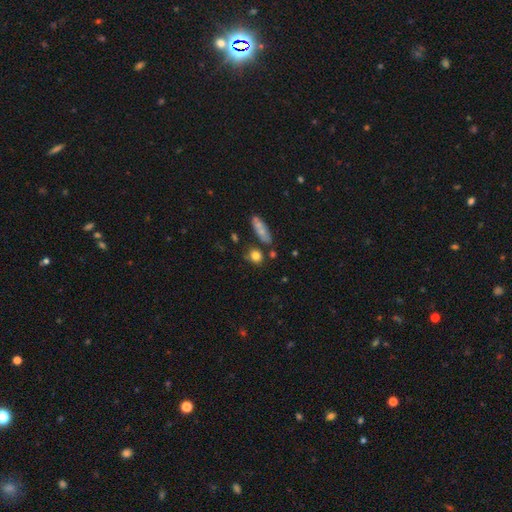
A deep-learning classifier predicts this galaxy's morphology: Smooth or featured? smooth (80%)
How rounded? round (70%)
Merging? none (69%)